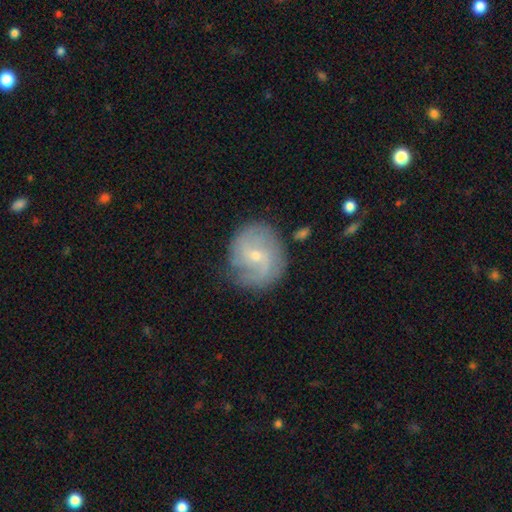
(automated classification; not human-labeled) Q: Smooth or featured?
A: featured or disk (76%); runner-up: smooth (18%)
Q: Edge-on disk?
A: no (97%); runner-up: yes (3%)
Q: Bar?
A: no (49%); runner-up: weak (43%)
Q: Spiral arms?
A: yes (91%); runner-up: no (9%)
Q: Spiral winding?
A: medium (44%); runner-up: loose (30%)
Q: Spiral arm count?
A: 2 (62%); runner-up: can't tell (17%)
Q: Bulge size?
A: small (72%); runner-up: moderate (25%)
Q: Merging?
A: none (75%); runner-up: minor disturbance (17%)